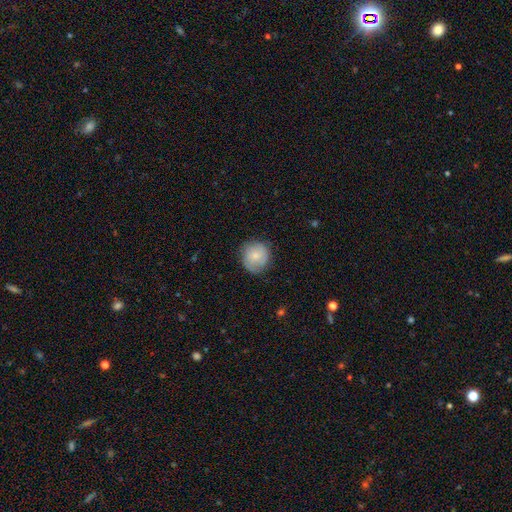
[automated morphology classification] Q: Smooth or featured?
A: smooth (73%); runner-up: featured or disk (20%)
Q: How rounded?
A: round (89%); runner-up: in between (10%)
Q: Merging?
A: none (78%); runner-up: minor disturbance (17%)